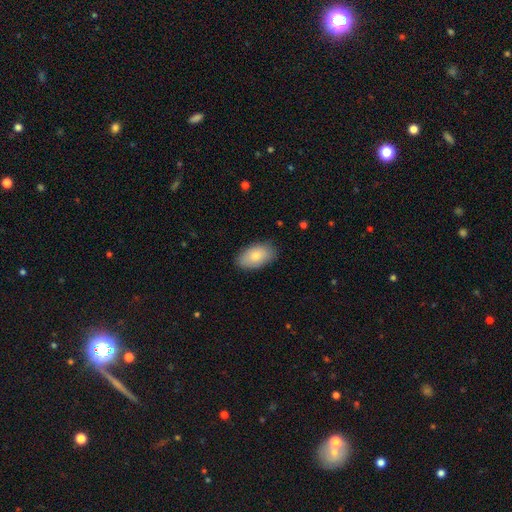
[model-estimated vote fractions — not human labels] smooth 80%, featured or disk 14%, star or artifact 6%. Down the decision tree: how rounded — in between (94%); merging — none (85%).